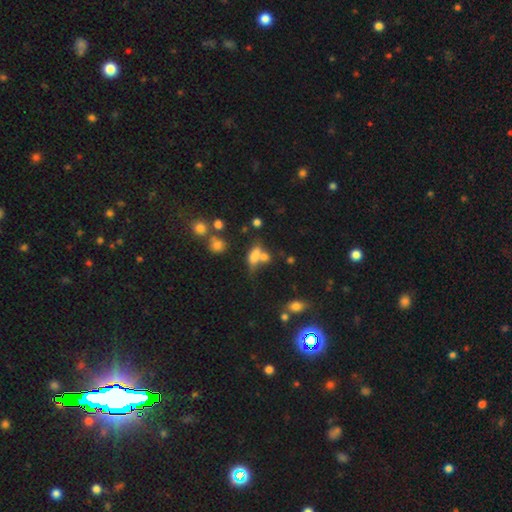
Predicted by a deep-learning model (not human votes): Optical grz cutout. It shows a smooth galaxy with no disk features (69%) that is in between round and cigar-shaped (75%). Merging: merger (42%).